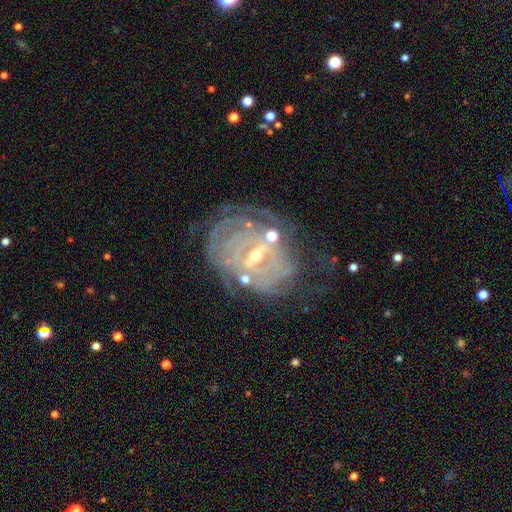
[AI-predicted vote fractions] This appears to be a featured or disk galaxy (82%) with a weak bar (46%), tight (76%) spiral arms (89%) and a small central bulge (64%). Merging: none (60%).